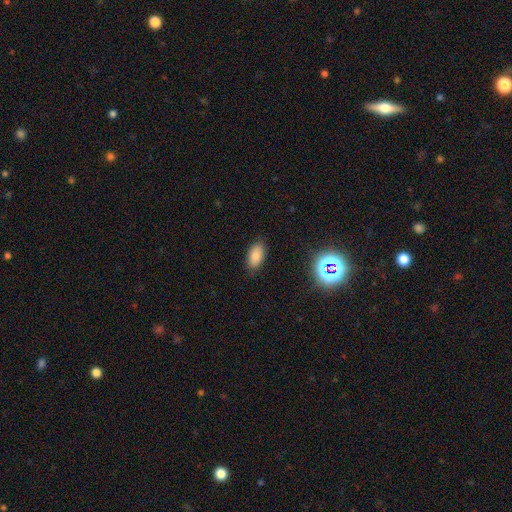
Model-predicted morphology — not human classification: A smooth galaxy with no disk features (83%) that is in between round and cigar-shaped (93%). Merging: none (86%).